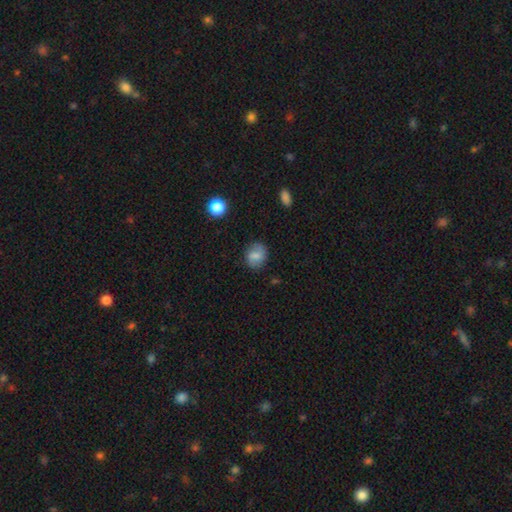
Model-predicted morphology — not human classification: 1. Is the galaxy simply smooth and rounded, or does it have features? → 74% smooth, 17% featured or disk, 9% star or artifact.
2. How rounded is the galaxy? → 65% round, 34% in between, 1% cigar-shaped.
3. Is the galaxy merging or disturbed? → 80% none, 14% minor disturbance, 4% major disturbance, 2% merger.